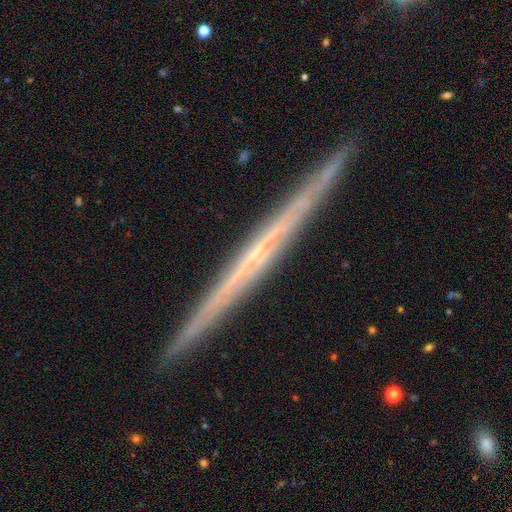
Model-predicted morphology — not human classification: This appears to be a featured or disk galaxy (77%) viewed edge-on (98%) with no central bulge (75%). Merging: none (92%).